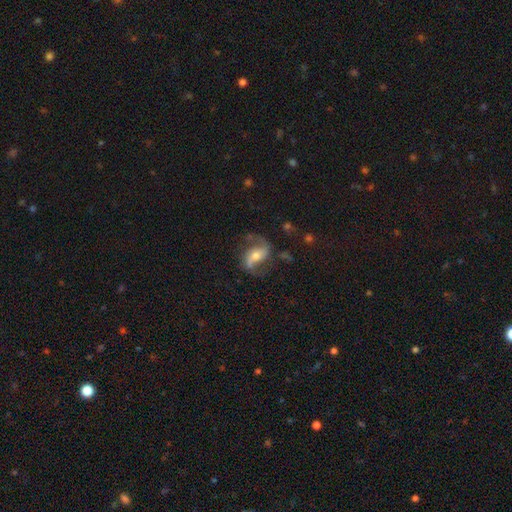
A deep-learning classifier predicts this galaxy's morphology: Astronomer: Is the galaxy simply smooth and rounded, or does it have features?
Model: featured or disk — 83%.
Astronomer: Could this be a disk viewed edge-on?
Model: no — 97%.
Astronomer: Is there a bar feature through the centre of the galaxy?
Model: weak — 37%, tied with no at 37%.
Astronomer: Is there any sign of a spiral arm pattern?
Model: yes — 95%.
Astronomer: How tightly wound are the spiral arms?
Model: loose — 52% (runner-up: medium, 39%).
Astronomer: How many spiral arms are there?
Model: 2 — 91%.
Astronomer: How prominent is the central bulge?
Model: moderate — 59%.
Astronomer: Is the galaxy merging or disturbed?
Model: none — 70%.